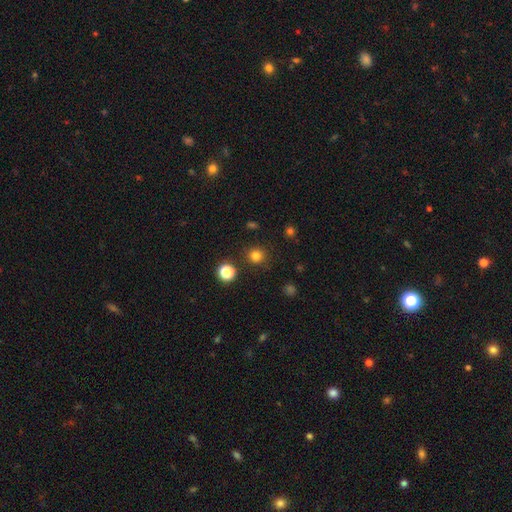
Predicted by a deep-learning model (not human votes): Overall: smooth (81%). How rounded: round (93%). Merging: none (88%).